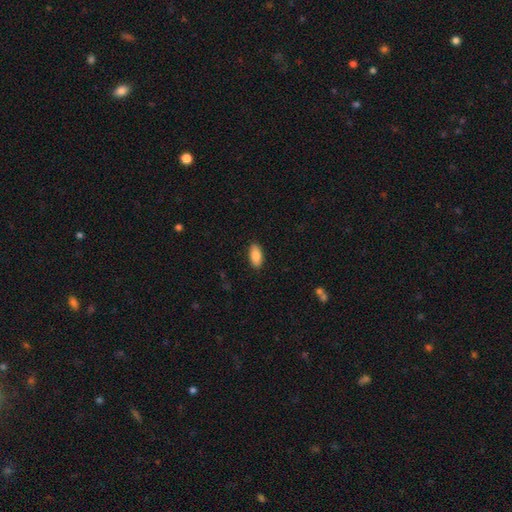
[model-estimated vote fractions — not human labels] A smooth galaxy with no disk features (87%) that is in between round and cigar-shaped (91%).

Vote fractions:
- Smooth or featured? smooth: 87% / star or artifact: 6% / featured or disk: 6%
- How rounded? in between: 91% / cigar-shaped: 6% / round: 2%
- Merging? none: 89% / minor disturbance: 8% / major disturbance: 2% / merger: 1%